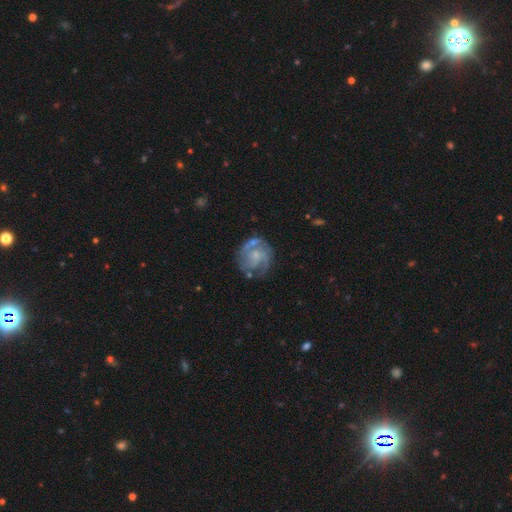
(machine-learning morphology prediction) This is likely a featured or disk galaxy (78%). It is clearly not viewed edge-on (98%). Bar: likely no (69%). Spiral arm pattern: clearly yes (90%). Spiral arm count: marginally 2 (32%). Spiral winding: possibly tight (45%). Central bulge: possibly small (57%). Merging: likely none (62%).